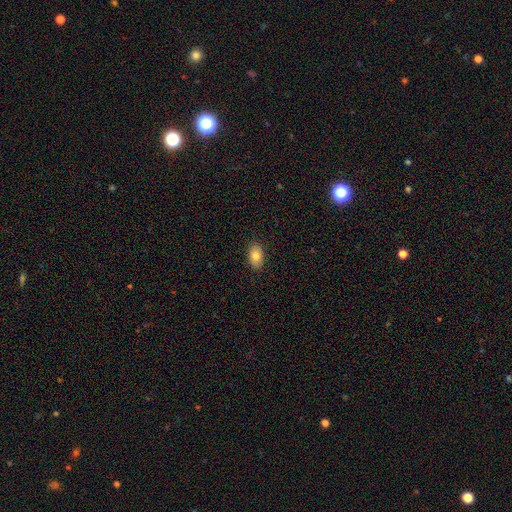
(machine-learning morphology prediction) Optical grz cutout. It shows a smooth galaxy with no disk features (83%) that is in between round and cigar-shaped (91%). Merging: none (89%).